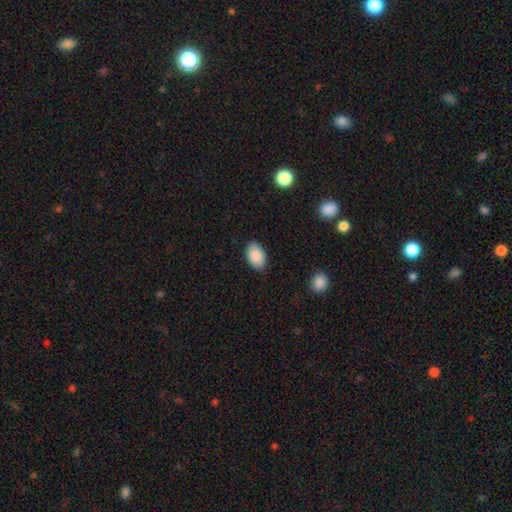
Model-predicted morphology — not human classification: Smooth or featured: smooth — 89% (star or artifact — 7%)
How rounded: in between — 92% (round — 7%)
Merging: none — 86% (minor disturbance — 11%)